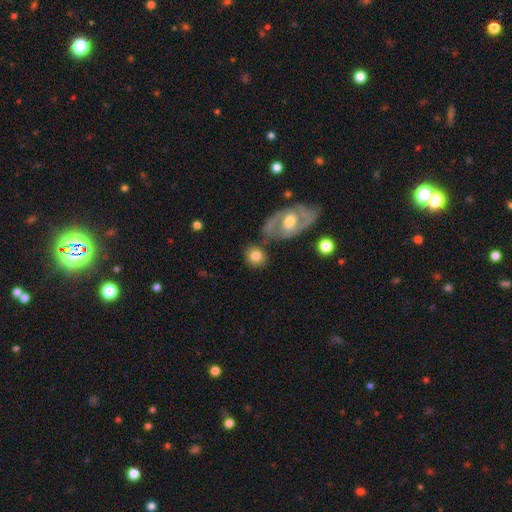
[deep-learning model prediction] This appears to be a smooth galaxy with no disk features (74%) that is round (75%). Merging: none (71%).